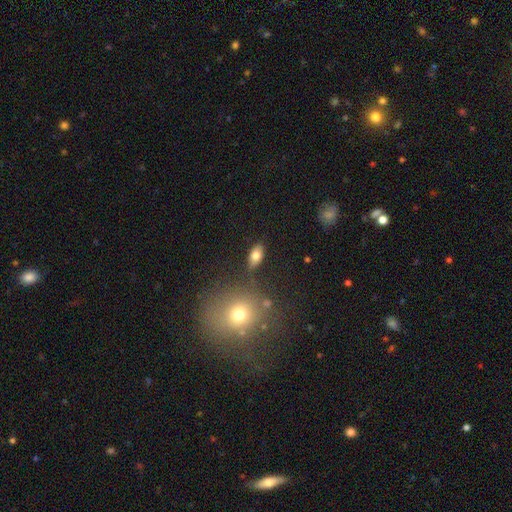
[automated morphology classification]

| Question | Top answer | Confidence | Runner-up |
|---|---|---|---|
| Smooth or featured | smooth | 77% | featured or disk (13%) |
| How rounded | in between | 89% | round (6%) |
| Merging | none | 82% | minor disturbance (12%) |